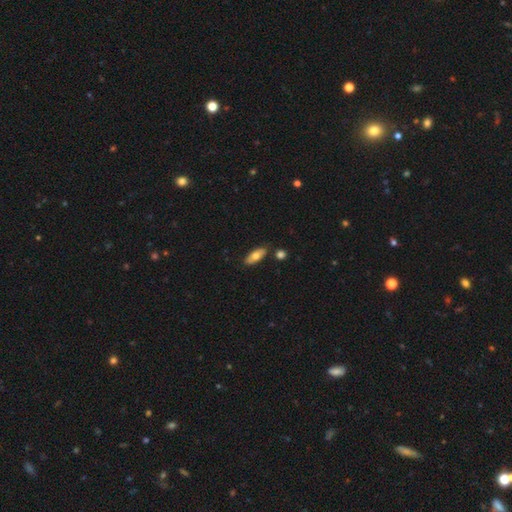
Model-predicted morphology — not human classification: Smooth or featured? smooth (68%)
How rounded? in between (78%)
Merging? none (82%)